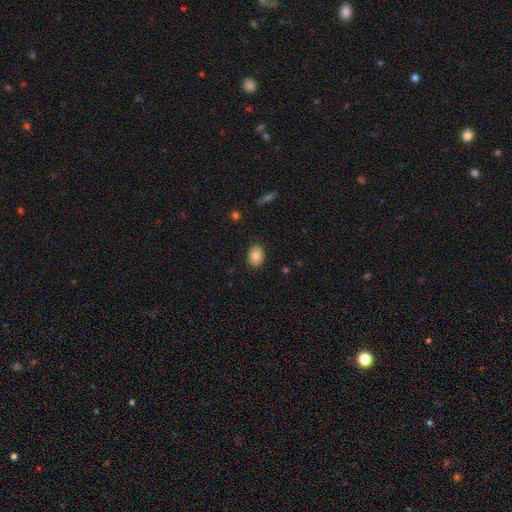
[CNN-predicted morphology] This appears to be a smooth galaxy with no disk features (81%) that is in between round and cigar-shaped (77%). Merging: none (88%).